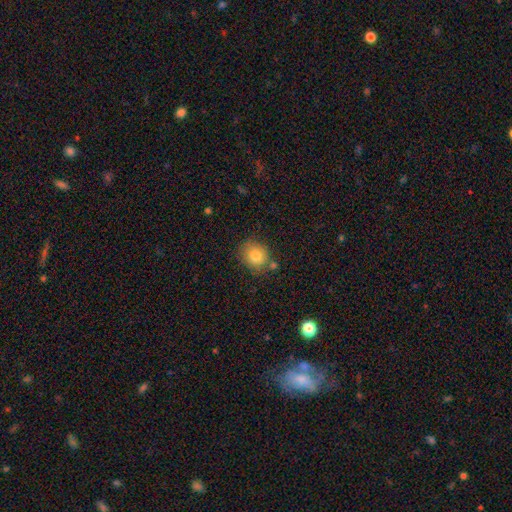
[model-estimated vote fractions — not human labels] Morphology: type=smooth (82%); roundness=round (77%); merging=none (73%).